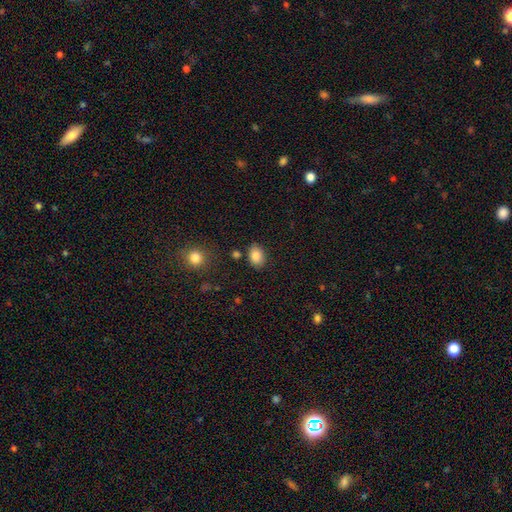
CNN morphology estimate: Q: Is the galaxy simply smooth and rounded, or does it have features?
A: smooth — 85%.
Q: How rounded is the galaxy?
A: in between — 79%.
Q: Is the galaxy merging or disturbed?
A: none — 82%.